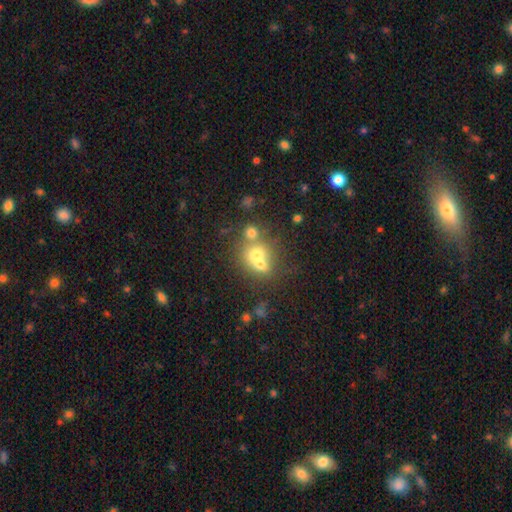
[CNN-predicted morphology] smooth-or-featured: smooth: 59% | featured or disk: 24% | star or artifact: 17%
  how-rounded: round: 74% | in between: 25% | cigar-shaped: 1%
  merging: merger: 56% | none: 33% | minor disturbance: 7% | major disturbance: 4%